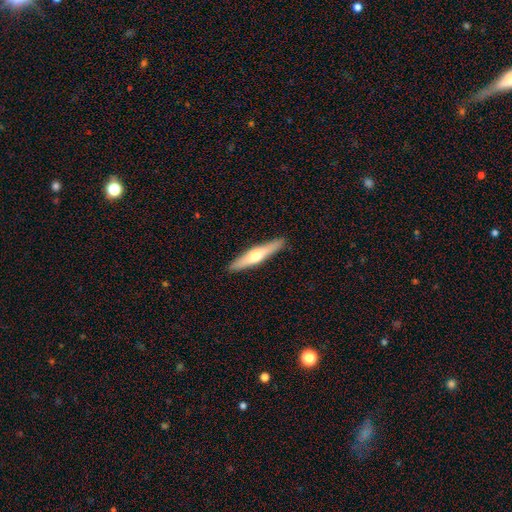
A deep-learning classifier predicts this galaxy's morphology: Smooth or featured? featured or disk (53%)
Edge-on disk? yes (95%)
Edge-on bulge? rounded (89%)
Merging? none (91%)